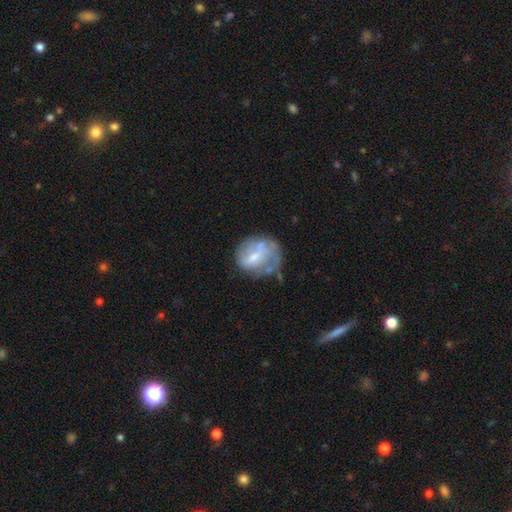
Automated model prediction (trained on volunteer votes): Morphology: type=featured or disk (51%); edge-on=no (97%); merging=none (45%).